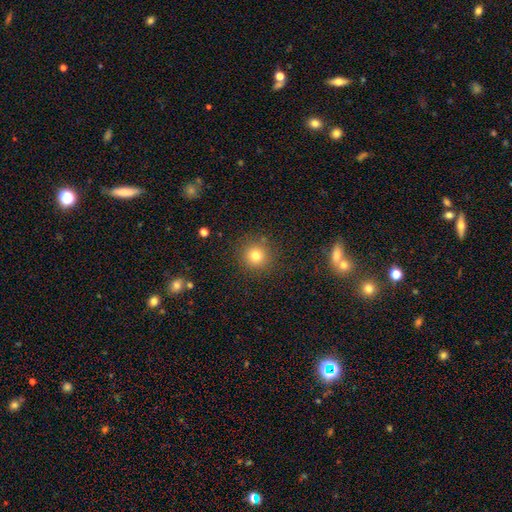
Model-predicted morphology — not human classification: The model was most divided on "smooth or featured": smooth: 77%, star or artifact: 15%, featured or disk: 8%. More confident: how rounded — round (94%); merging — none (88%).